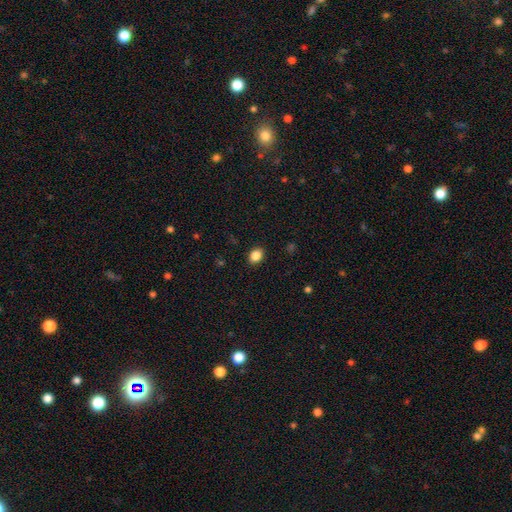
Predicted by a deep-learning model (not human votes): A smooth galaxy with no disk features (86%) that is in between round and cigar-shaped (60%). Merging: none (89%).